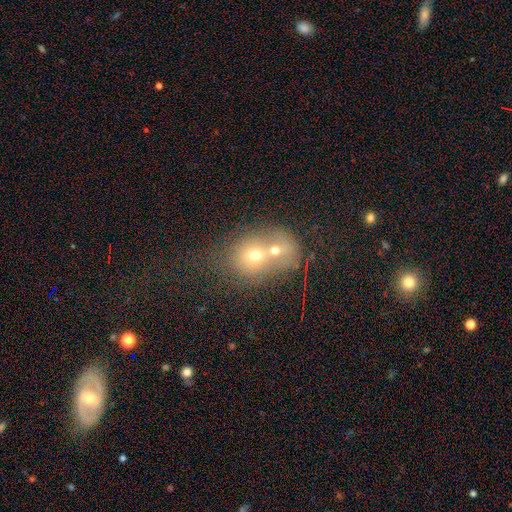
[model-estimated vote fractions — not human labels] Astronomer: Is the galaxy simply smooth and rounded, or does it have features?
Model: smooth — 59%.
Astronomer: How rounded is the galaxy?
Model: round — 62%.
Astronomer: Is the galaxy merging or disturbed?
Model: merger — 71%.